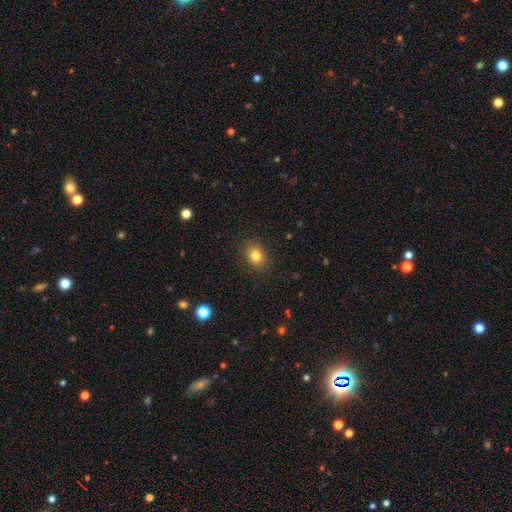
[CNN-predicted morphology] This appears to be a smooth galaxy with no disk features (82%) that is in between round and cigar-shaped (51%). Merging: none (88%).